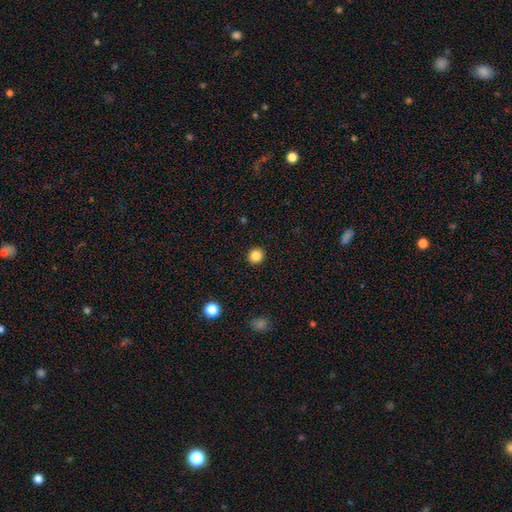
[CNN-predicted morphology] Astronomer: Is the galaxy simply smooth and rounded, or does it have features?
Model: smooth — 85%.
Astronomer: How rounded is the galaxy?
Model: round — 91%.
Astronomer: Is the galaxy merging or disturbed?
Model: none — 93%.